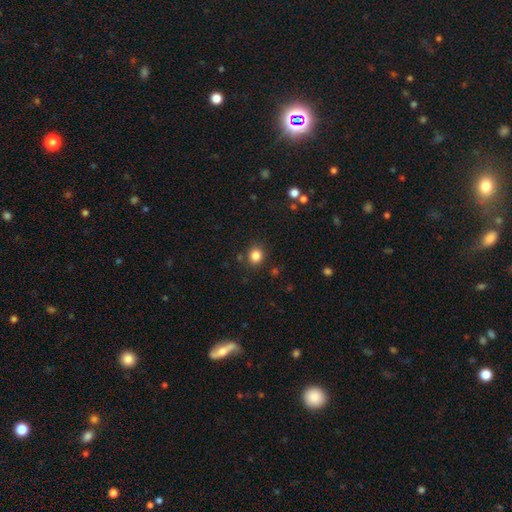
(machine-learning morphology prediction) type=smooth (83%); roundness=round (80%); merging=none (85%).